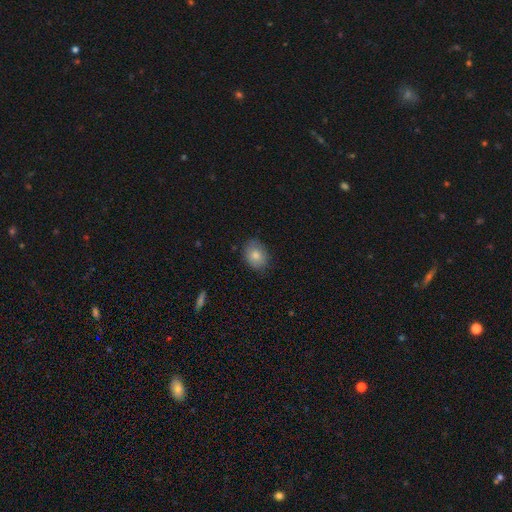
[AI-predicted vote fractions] Overall: smooth (80%). How rounded: in between (63%; round 36%). Merging: none (81%).